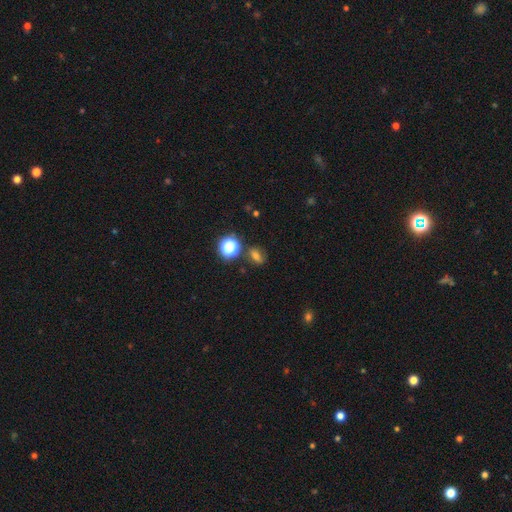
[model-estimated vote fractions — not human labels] A smooth galaxy with no disk features (56%) that is in between round and cigar-shaped (53%). Merging: none (74%).